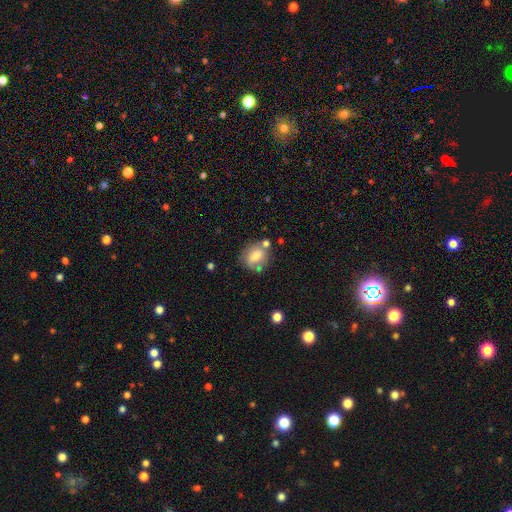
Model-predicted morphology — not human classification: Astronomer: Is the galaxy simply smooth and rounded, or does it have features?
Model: smooth — 70%.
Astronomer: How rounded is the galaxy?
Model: round — 50% (runner-up: in between, 48%).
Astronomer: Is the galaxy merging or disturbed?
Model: none — 57%.